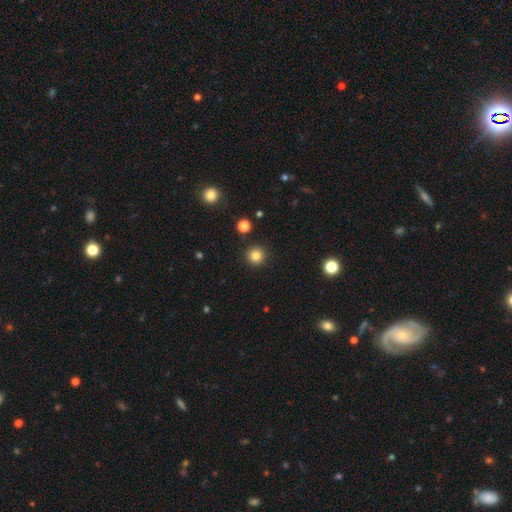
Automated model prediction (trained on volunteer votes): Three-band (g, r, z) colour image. It shows a smooth galaxy with no disk features (83%) that is round (95%). Merging: none (92%).